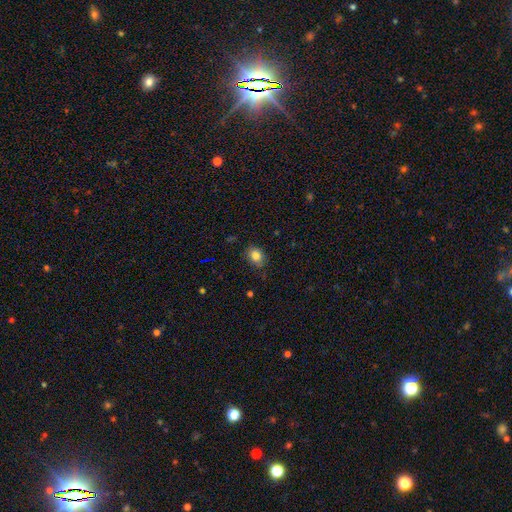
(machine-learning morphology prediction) A smooth galaxy with no disk features (83%) that is in between round and cigar-shaped (57%). Merging: none (79%).